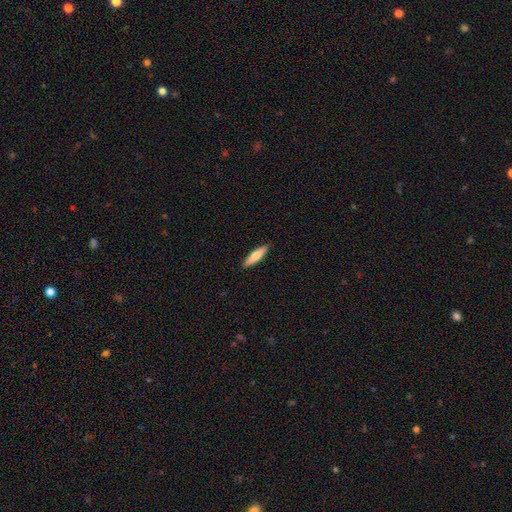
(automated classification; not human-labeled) smooth-or-featured: smooth: 75% | featured or disk: 20% | star or artifact: 5%
  how-rounded: cigar-shaped: 78% | in between: 21% | round: 1%
  merging: none: 91% | minor disturbance: 7% | major disturbance: 1% | merger: 1%